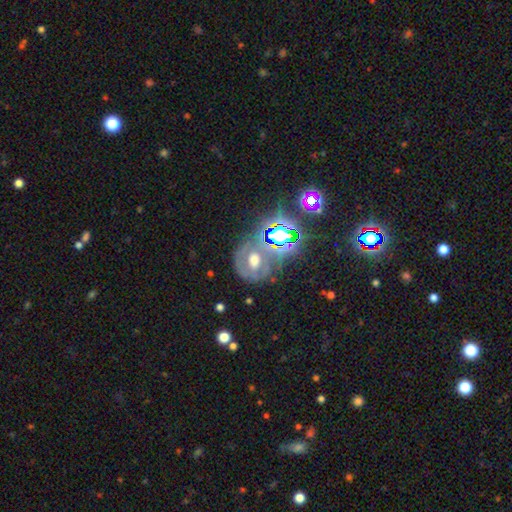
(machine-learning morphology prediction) Q: Smooth or featured?
A: featured or disk (42%); runner-up: star or artifact (37%)
Q: Merging?
A: none (57%); runner-up: minor disturbance (16%)